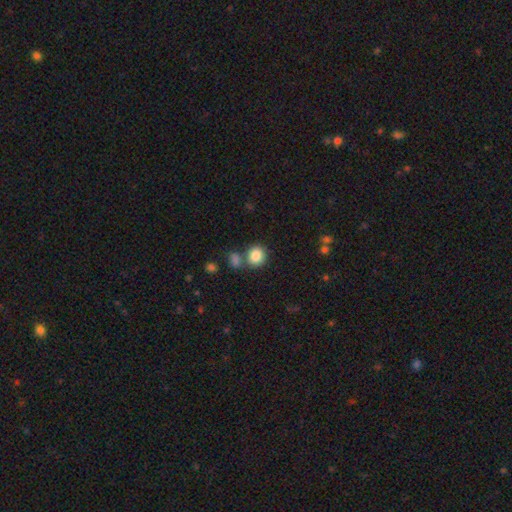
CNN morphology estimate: smooth-or-featured: smooth: 86% | star or artifact: 9% | featured or disk: 5%
  how-rounded: round: 78% | in between: 21% | cigar-shaped: 1%
  merging: none: 64% | merger: 22% | minor disturbance: 11% | major disturbance: 4%